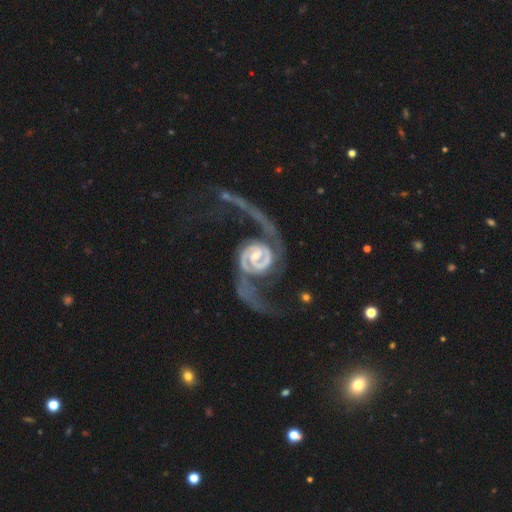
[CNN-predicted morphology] A featured or disk galaxy (92%) with no bar (38%, tied with weak), 2 (86%) medium (36%) spiral arms (97%) and a small central bulge (50%).

Vote fractions:
- Smooth or featured? featured or disk: 92% / smooth: 4% / star or artifact: 4%
- Edge-on disk? no: 97% / yes: 3%
- Bar? no: 38% (tied) / weak: 38% (tied) / strong: 24%
- Spiral arms? yes: 97% / no: 3%
- Spiral winding? medium: 36% / tight: 33% / loose: 31%
- Spiral arm count? 2: 86% / can't tell: 4% / 1: 3% / 3: 3% / 4: 2% / more than 4: 2%
- Bulge size? small: 50% / moderate: 43% / large: 4% / none: 2% / dominant: 1%
- Merging? major disturbance: 45% / none: 34% / minor disturbance: 13% / merger: 7%